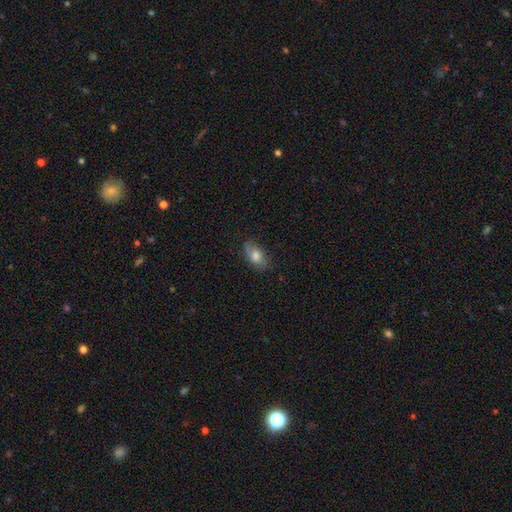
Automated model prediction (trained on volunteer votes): Q: Smooth or featured?
A: smooth (65%); runner-up: featured or disk (27%)
Q: How rounded?
A: in between (90%); runner-up: round (8%)
Q: Merging?
A: none (70%); runner-up: minor disturbance (22%)